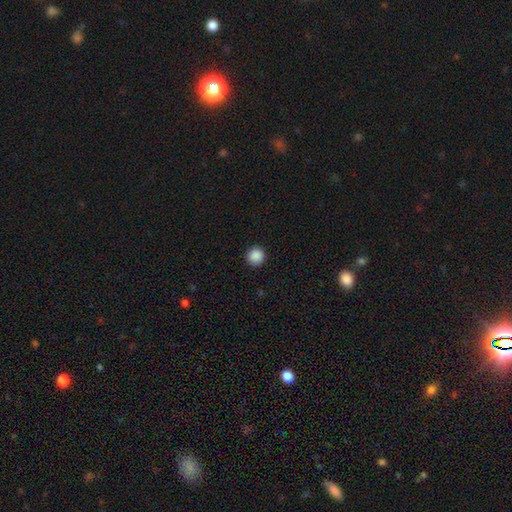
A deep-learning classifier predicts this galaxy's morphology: smooth_or_featured: smooth (p=0.88) [alt: star or artifact p=0.09]
how_rounded: round (p=0.95) [alt: in between p=0.04]
merging: none (p=0.92) [alt: minor disturbance p=0.05]